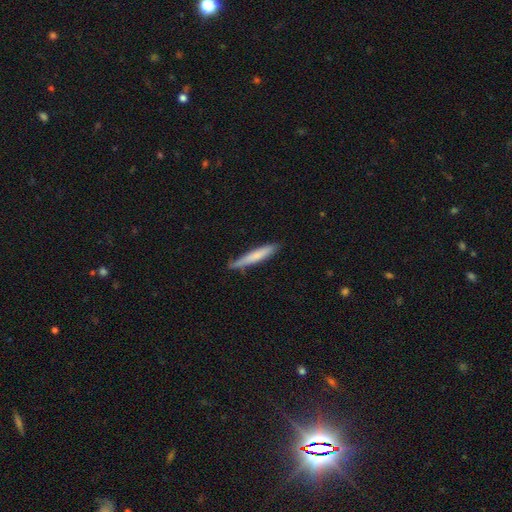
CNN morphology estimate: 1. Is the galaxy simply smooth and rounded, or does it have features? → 70% smooth, 25% featured or disk, 5% star or artifact.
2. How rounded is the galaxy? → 94% cigar-shaped, 5% in between, 1% round.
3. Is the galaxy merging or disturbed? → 77% none, 19% minor disturbance, 3% major disturbance, 2% merger.